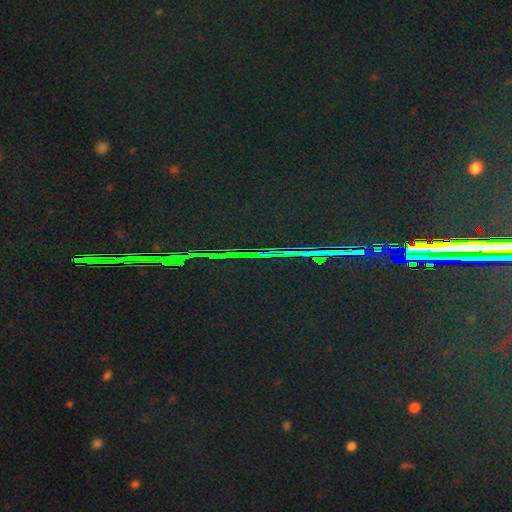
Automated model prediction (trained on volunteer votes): Smooth or featured?
  - star or artifact: 88% *
  - smooth: 6%
  - featured or disk: 6%